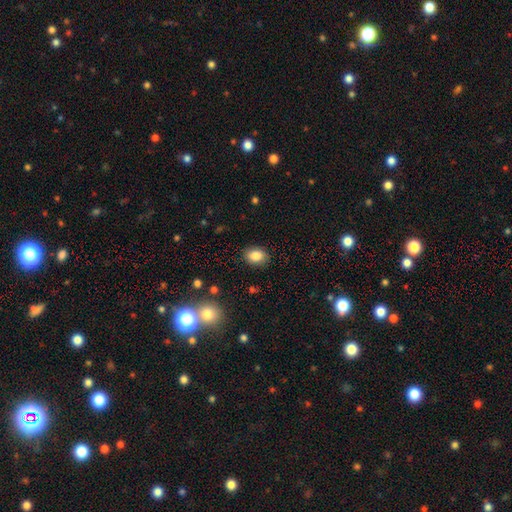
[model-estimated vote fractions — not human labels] Morphology: type=smooth (85%); roundness=in between (63%); merging=none (88%).